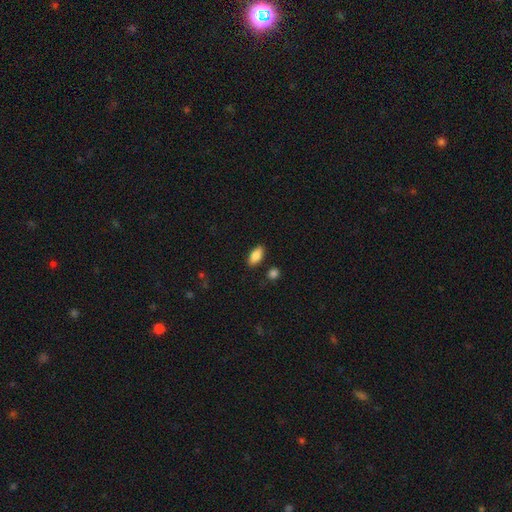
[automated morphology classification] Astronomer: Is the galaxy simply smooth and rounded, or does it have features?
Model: smooth — 86%.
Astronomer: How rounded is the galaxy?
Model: in between — 89%.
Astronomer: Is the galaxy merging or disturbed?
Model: none — 85%.